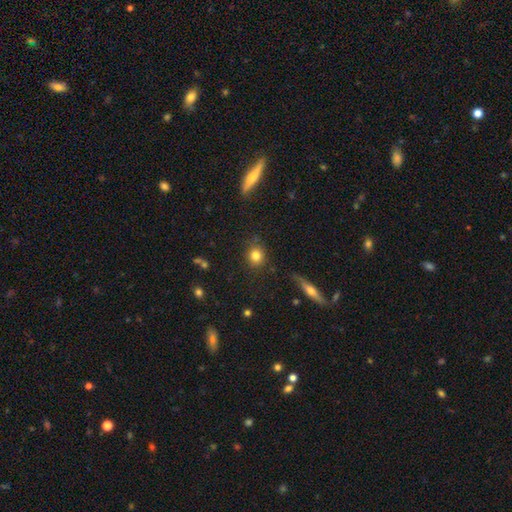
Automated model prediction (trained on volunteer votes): A smooth galaxy with no disk features (81%) that is round (80%). Merging: none (83%).